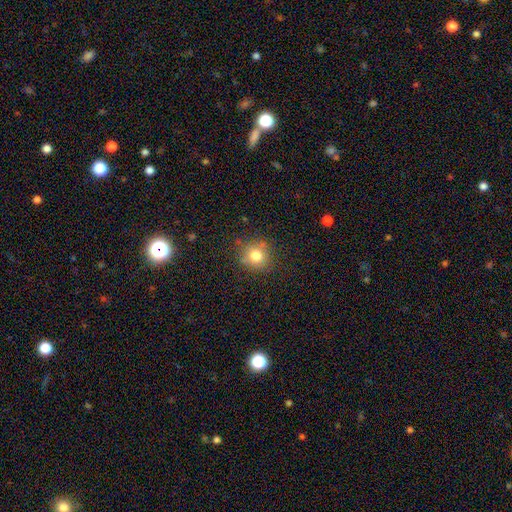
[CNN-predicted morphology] Smooth or featured? smooth (78%)
How rounded? round (88%)
Merging? none (82%)